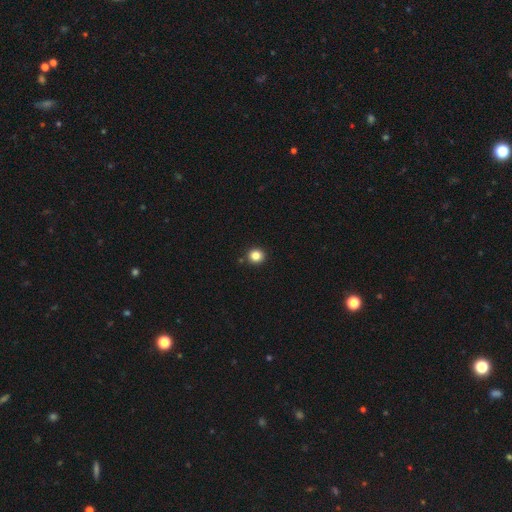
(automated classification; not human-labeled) smooth_or_featured: smooth (p=0.83) [alt: star or artifact p=0.12]
how_rounded: round (p=0.90) [alt: in between p=0.09]
merging: none (p=0.90) [alt: minor disturbance p=0.06]